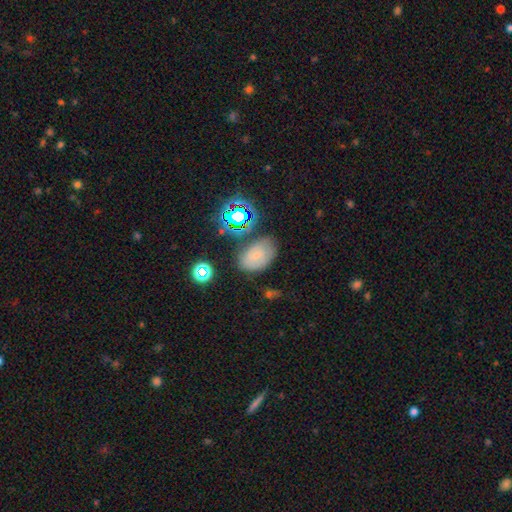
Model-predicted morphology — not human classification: smooth 55%, star or artifact 23%, featured or disk 22%. Down the decision tree: how rounded — in between (83%); merging — none (66%).